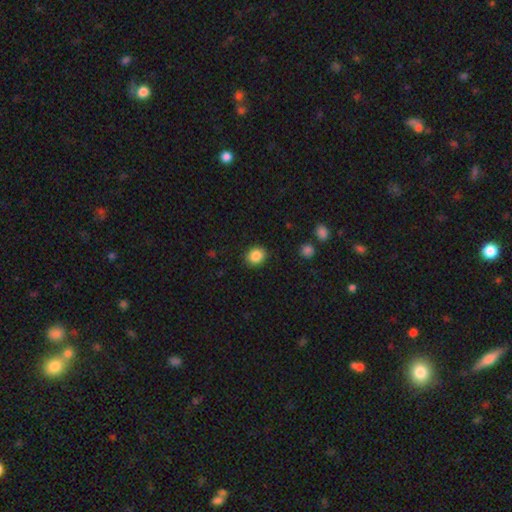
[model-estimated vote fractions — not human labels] A smooth galaxy with no disk features (86%) that is round (67%). Merging: none (89%).